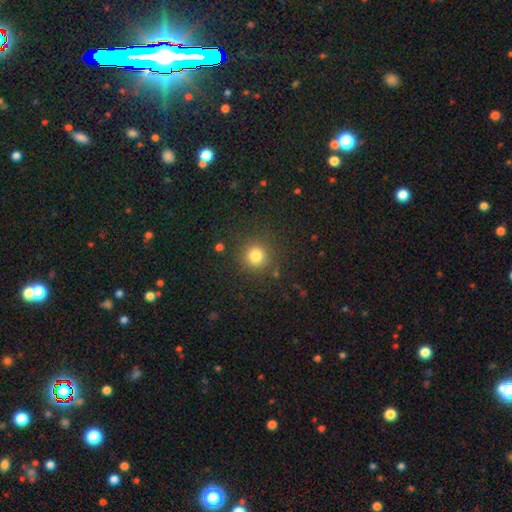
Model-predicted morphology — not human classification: A smooth galaxy with no disk features (80%) that is round (93%).

Vote fractions:
- Smooth or featured? smooth: 80% / star or artifact: 14% / featured or disk: 6%
- How rounded? round: 93% / in between: 6% / cigar-shaped: 1%
- Merging? none: 87% / minor disturbance: 8% / major disturbance: 3% / merger: 2%